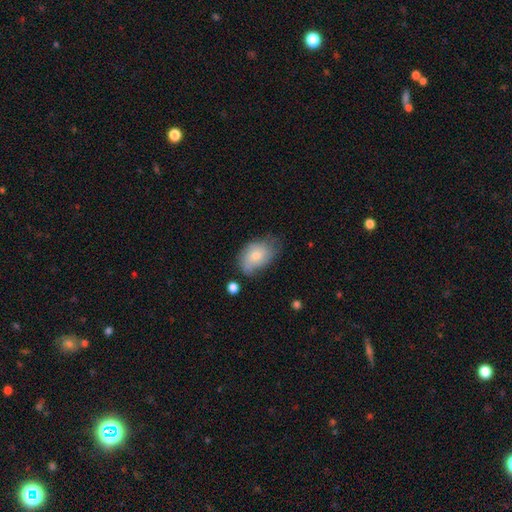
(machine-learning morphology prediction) type=smooth (70%); roundness=in between (86%); merging=none (50%).